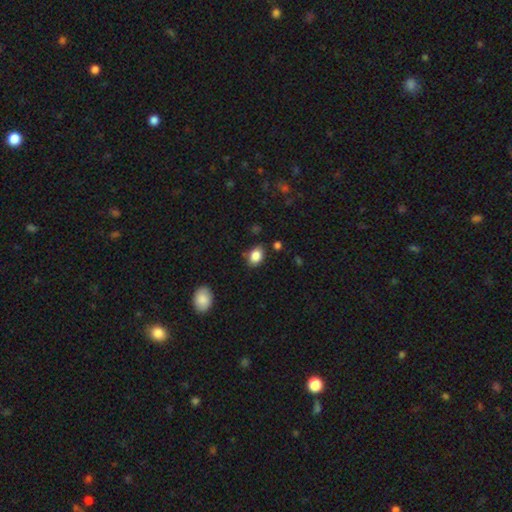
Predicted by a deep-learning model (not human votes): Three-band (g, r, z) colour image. It shows a smooth galaxy with no disk features (85%) that is in between round and cigar-shaped (76%). Merging: none (79%).